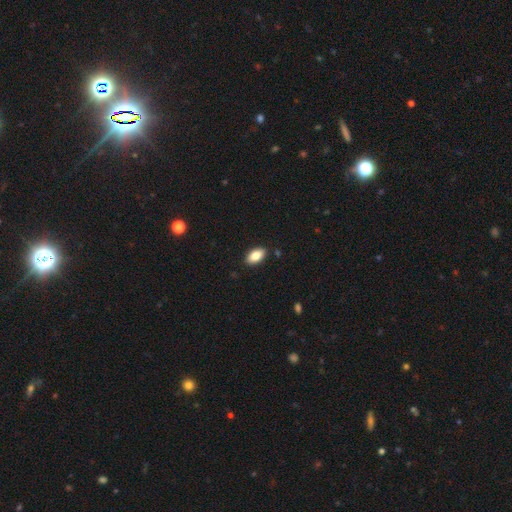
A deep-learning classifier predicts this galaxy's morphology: This appears to be a smooth galaxy with no disk features (84%) that is in between round and cigar-shaped (93%). Merging: none (88%).